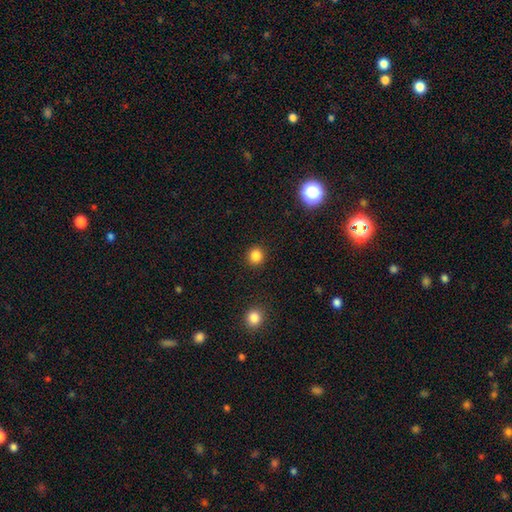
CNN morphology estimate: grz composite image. It shows a smooth galaxy with no disk features (84%) that is round (91%). Merging: none (92%).